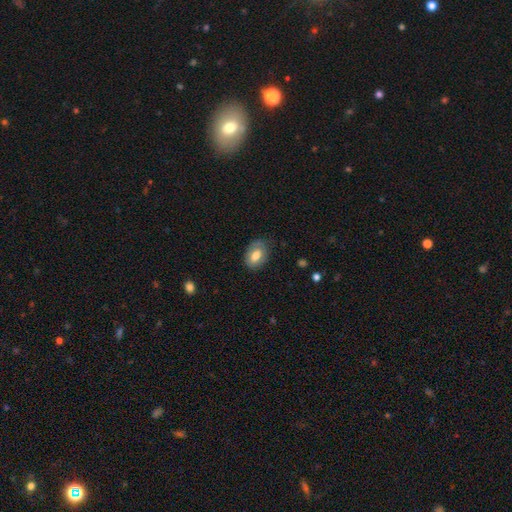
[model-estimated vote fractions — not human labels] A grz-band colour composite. It shows a smooth galaxy with no disk features (71%) that is in between round and cigar-shaped (83%). Merging: none (76%).